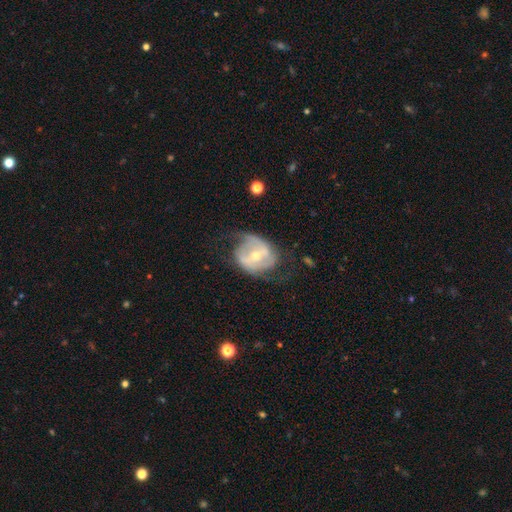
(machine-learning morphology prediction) type=featured or disk (78%); edge-on=no (96%); bar=weak (41%); spiral arms=yes (82%); winding=medium (44%); arm count=2 (72%); bulge=moderate (50%); merging=none (54%).